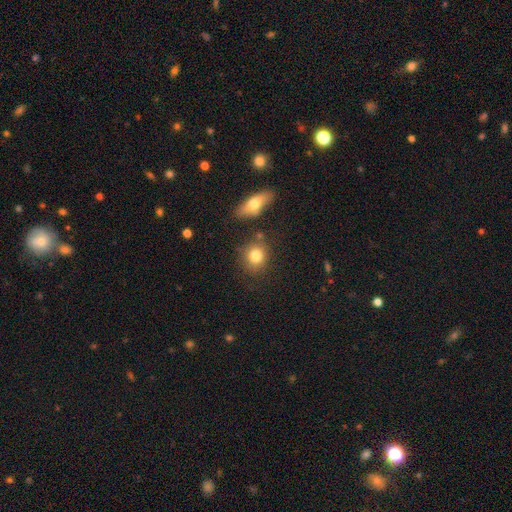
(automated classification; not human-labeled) Smooth or featured?
  - smooth: 80% *
  - star or artifact: 10%
  - featured or disk: 10%
How rounded?
  - round: 75% *
  - in between: 24%
  - cigar-shaped: 2%
Merging?
  - none: 73% *
  - minor disturbance: 12%
  - merger: 10%
  - major disturbance: 4%